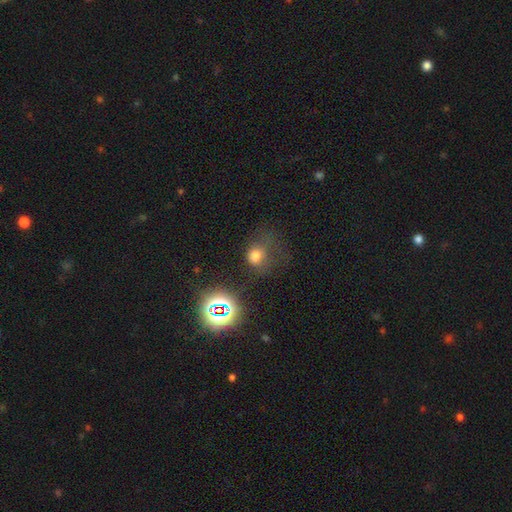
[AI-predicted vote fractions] Smooth or featured? smooth (65%)
How rounded? round (64%)
Merging? none (45%)